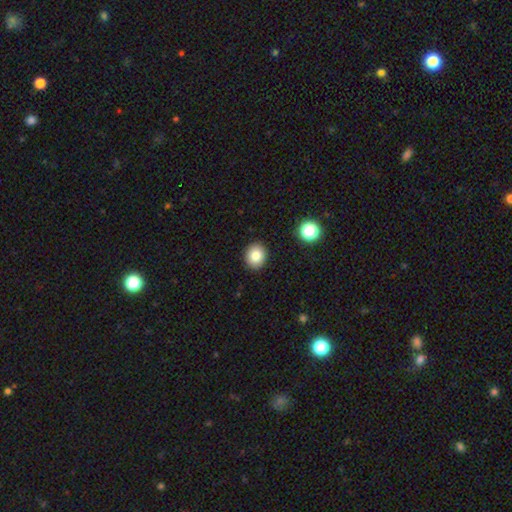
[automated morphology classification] This appears to be a smooth galaxy with no disk features (83%) that is round (66%). Merging: none (91%).